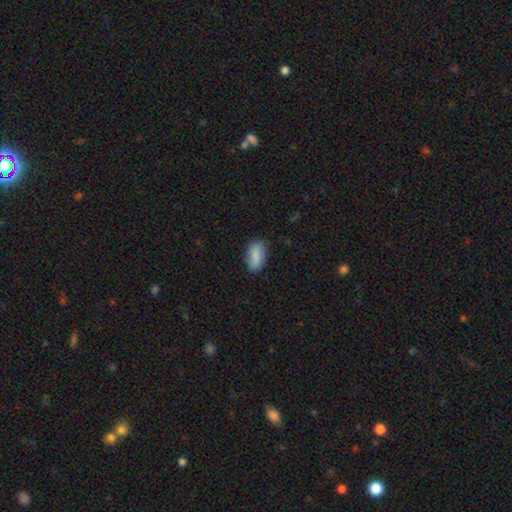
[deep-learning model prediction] Q: Smooth or featured?
A: smooth (84%); runner-up: featured or disk (9%)
Q: How rounded?
A: in between (89%); runner-up: cigar-shaped (7%)
Q: Merging?
A: none (73%); runner-up: minor disturbance (21%)